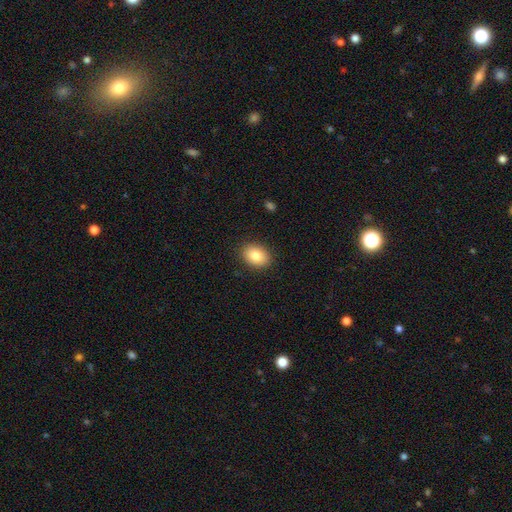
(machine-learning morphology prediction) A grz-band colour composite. It shows a smooth galaxy with no disk features (83%) that is in between round and cigar-shaped (71%). Merging: none (89%).